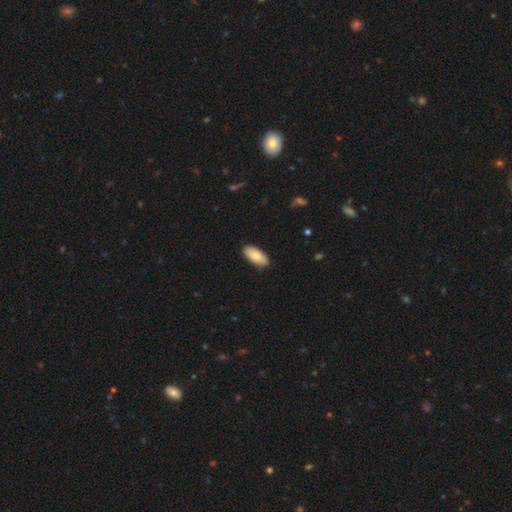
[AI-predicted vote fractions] Smooth or featured? Predicted: smooth (p=0.87). How rounded? Predicted: in between (p=0.89). Merging? Predicted: none (p=0.88).